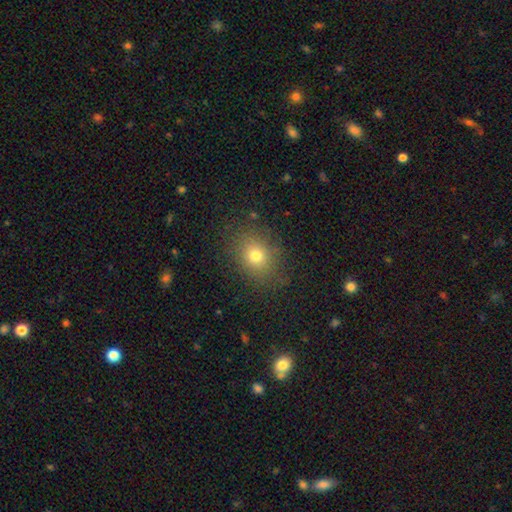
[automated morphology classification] Overall: smooth (75%). How rounded: round (55%; in between 44%). Merging: none (85%).